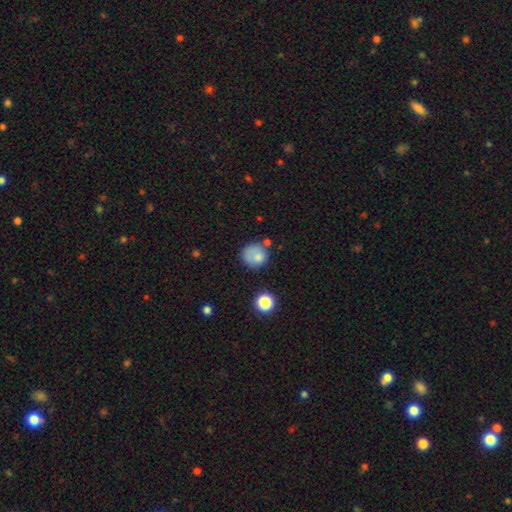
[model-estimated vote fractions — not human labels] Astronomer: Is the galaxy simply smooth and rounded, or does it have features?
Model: smooth — 76%.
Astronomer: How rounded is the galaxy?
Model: round — 86%.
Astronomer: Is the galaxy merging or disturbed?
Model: none — 61%.